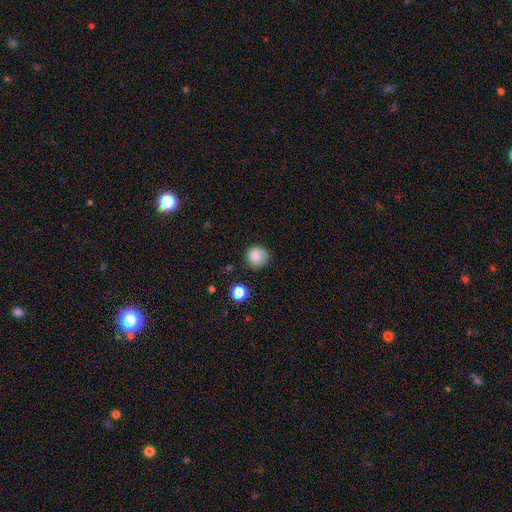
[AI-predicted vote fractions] Smooth or featured? smooth (84%)
How rounded? round (90%)
Merging? none (75%)